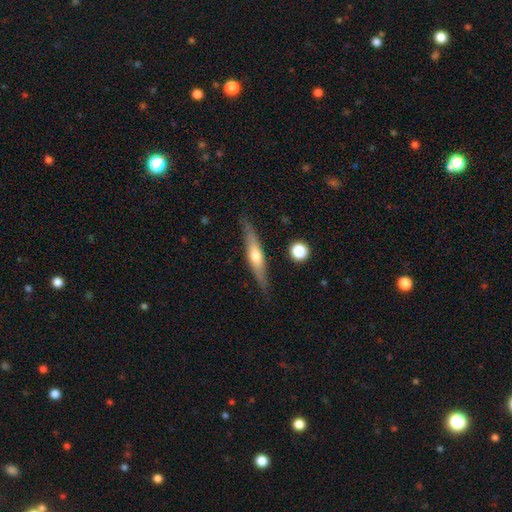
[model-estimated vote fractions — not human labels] smooth_or_featured: featured or disk (p=0.56) [alt: smooth p=0.38]
disk_edge_on: yes (p=0.93) [alt: no p=0.07]
edge_on_bulge: rounded (p=0.84) [alt: none p=0.09]
merging: none (p=0.82) [alt: minor disturbance p=0.13]